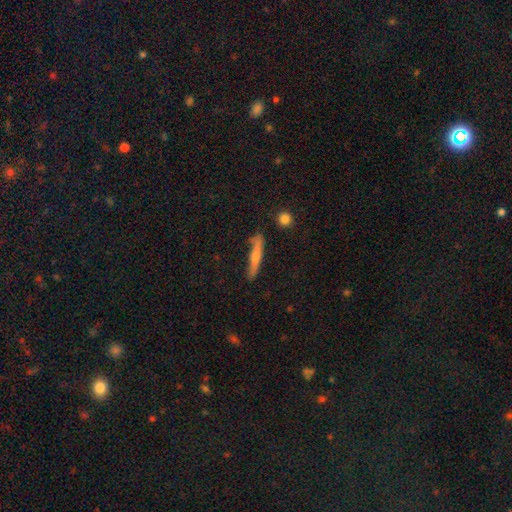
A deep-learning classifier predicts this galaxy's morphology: Smooth or featured? Predicted: smooth (p=0.55). How rounded? Predicted: cigar-shaped (p=0.91). Merging? Predicted: none (p=0.74).